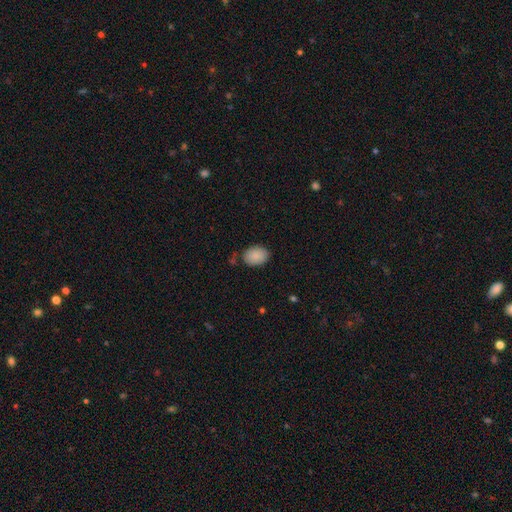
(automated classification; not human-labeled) Smooth or featured? Predicted: smooth (p=0.89). How rounded? Predicted: in between (p=0.78). Merging? Predicted: none (p=0.79).